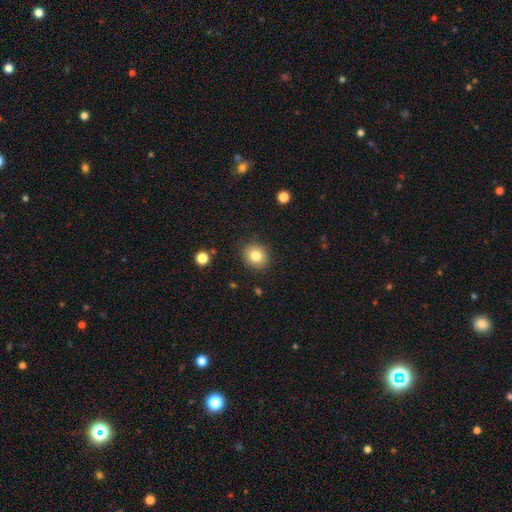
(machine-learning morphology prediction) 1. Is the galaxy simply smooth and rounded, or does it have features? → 81% smooth, 10% star or artifact, 8% featured or disk.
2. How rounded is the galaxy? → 80% round, 19% in between, 1% cigar-shaped.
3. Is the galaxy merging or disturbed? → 88% none, 8% minor disturbance, 3% major disturbance, 1% merger.